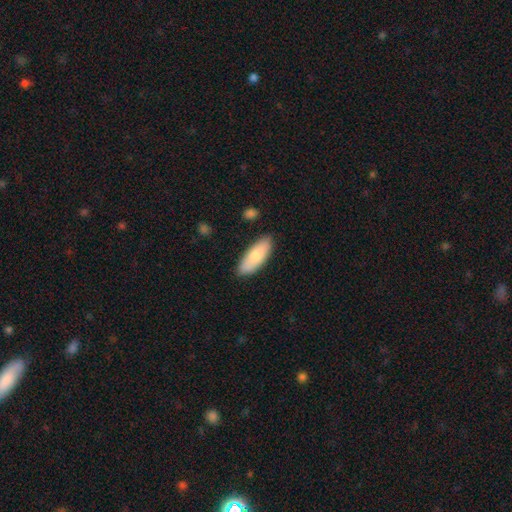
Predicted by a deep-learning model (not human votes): The model was most divided on "how rounded": in between: 73%, cigar-shaped: 25%, round: 2%. More confident: merging — none (84%); smooth or featured — smooth (79%).